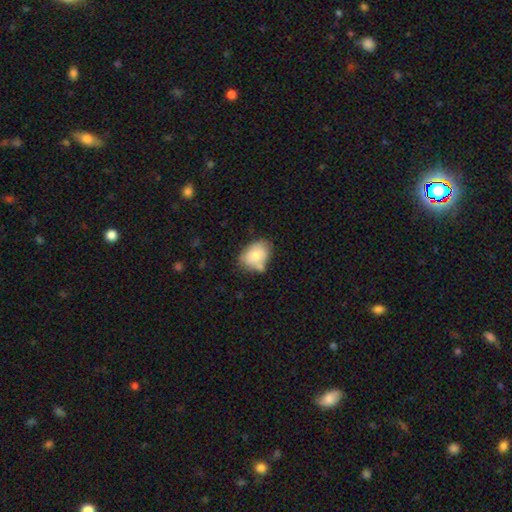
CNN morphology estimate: This appears to be a smooth galaxy with no disk features (75%) that is in between round and cigar-shaped (76%). Merging: none (48%).